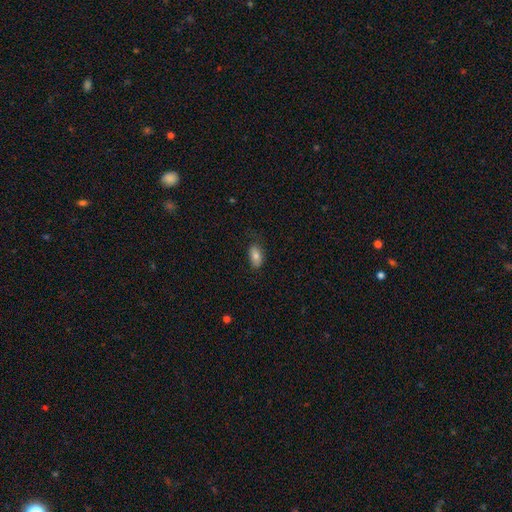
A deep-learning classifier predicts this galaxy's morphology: Smooth or featured?
  - smooth: 79% *
  - featured or disk: 13%
  - star or artifact: 8%
How rounded?
  - in between: 92% *
  - round: 5%
  - cigar-shaped: 3%
Merging?
  - none: 72% *
  - minor disturbance: 21%
  - major disturbance: 6%
  - merger: 1%